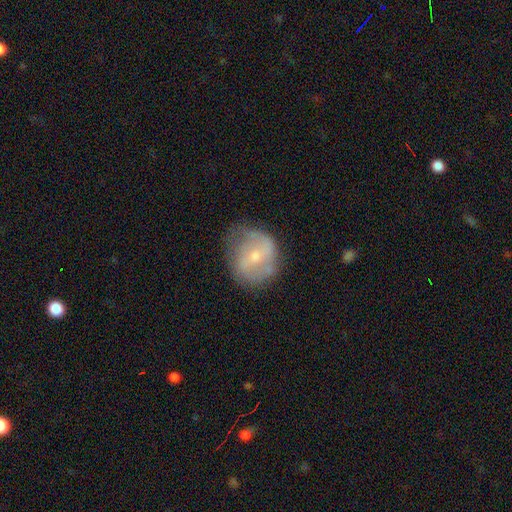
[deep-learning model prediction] Smooth or featured? Predicted: featured or disk (p=0.64). Edge-on disk? Predicted: no (p=0.97). Bar? Predicted: weak (p=0.46). Spiral arms? Predicted: yes (p=0.80). Bulge size? Predicted: small (p=0.48). Merging? Predicted: none (p=0.59).